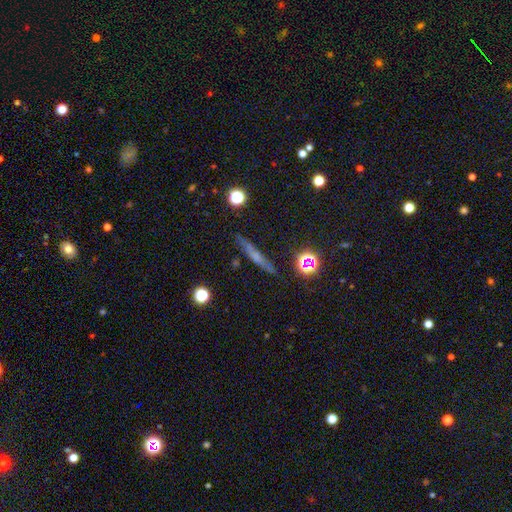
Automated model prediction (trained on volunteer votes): Overall: smooth (46%; featured or disk 40%). Merging: none (85%).